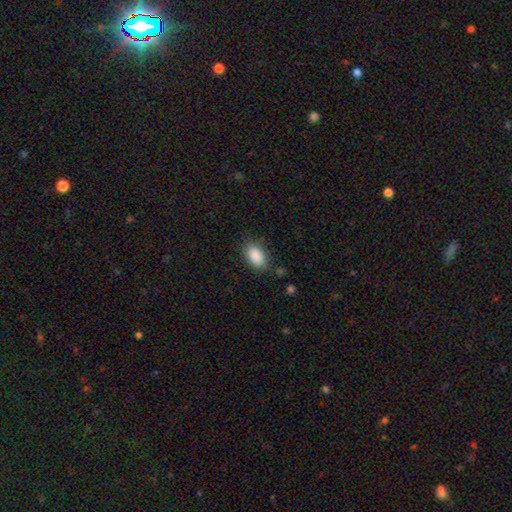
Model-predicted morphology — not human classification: smooth 89%, star or artifact 7%, featured or disk 4%. Down the decision tree: how rounded — in between (92%); merging — none (81%).